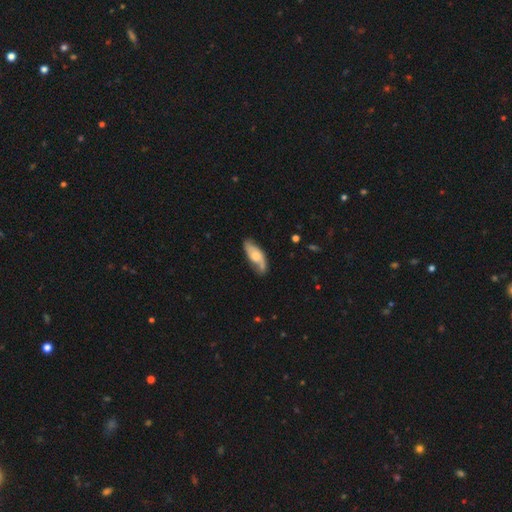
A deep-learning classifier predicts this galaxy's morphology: Smooth or featured? featured or disk (55%)
Edge-on disk? no (82%)
Merging? none (65%)